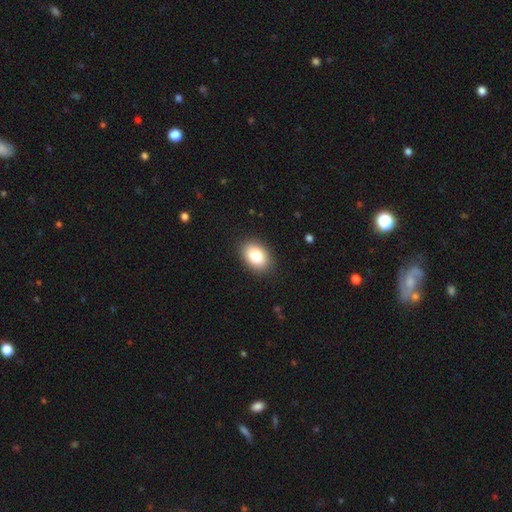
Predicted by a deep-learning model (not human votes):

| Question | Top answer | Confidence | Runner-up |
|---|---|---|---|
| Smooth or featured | smooth | 84% | star or artifact (8%) |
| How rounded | in between | 83% | round (16%) |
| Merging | none | 88% | minor disturbance (9%) |